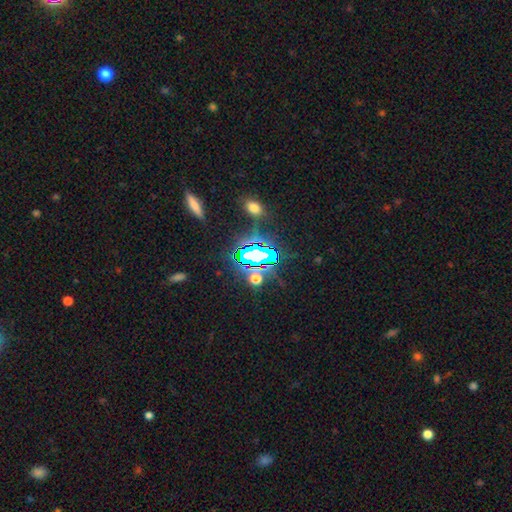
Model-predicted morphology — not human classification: smooth-or-featured: star or artifact: 73% | smooth: 16% | featured or disk: 11%